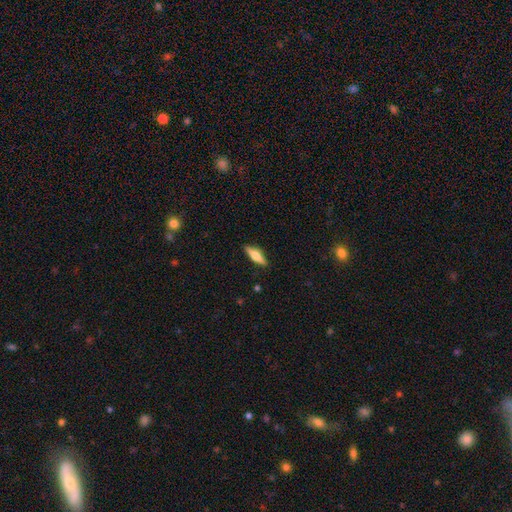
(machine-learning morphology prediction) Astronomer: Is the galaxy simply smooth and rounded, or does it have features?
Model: smooth — 55% (runner-up: featured or disk, 39%).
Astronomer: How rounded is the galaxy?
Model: cigar-shaped — 57% (runner-up: in between, 41%).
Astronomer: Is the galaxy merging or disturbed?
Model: none — 87%.